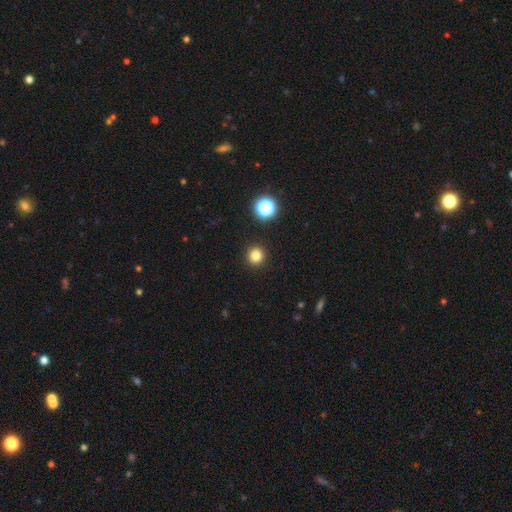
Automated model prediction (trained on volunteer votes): smooth-or-featured: smooth: 81% | star or artifact: 14% | featured or disk: 5%
  how-rounded: round: 94% | in between: 5% | cigar-shaped: 1%
  merging: none: 93% | minor disturbance: 4% | major disturbance: 2% | merger: 1%